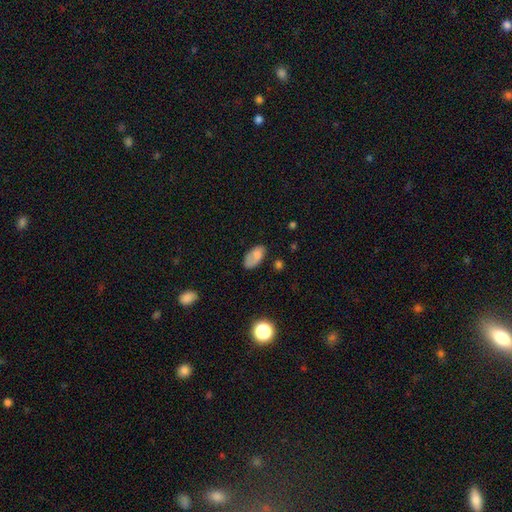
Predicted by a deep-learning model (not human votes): Smooth or featured? smooth (72%)
How rounded? in between (92%)
Merging? none (53%)